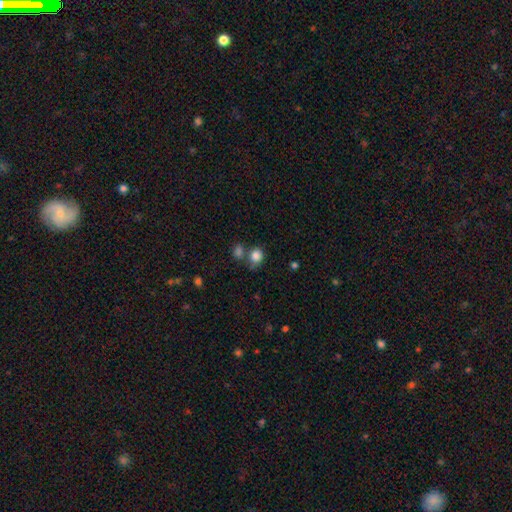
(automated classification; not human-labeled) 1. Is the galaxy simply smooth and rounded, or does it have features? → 84% smooth, 10% star or artifact, 6% featured or disk.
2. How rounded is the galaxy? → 73% round, 26% in between, 1% cigar-shaped.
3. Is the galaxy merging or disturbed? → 56% none, 25% merger, 14% minor disturbance, 6% major disturbance.